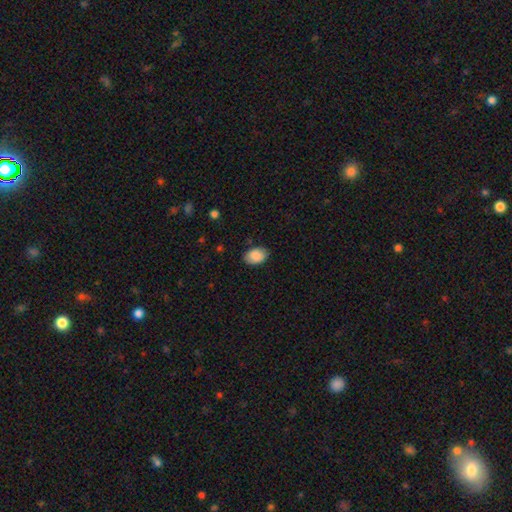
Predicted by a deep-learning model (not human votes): Q: Smooth or featured?
A: smooth (88%); runner-up: star or artifact (7%)
Q: How rounded?
A: in between (85%); runner-up: round (14%)
Q: Merging?
A: none (84%); runner-up: minor disturbance (12%)